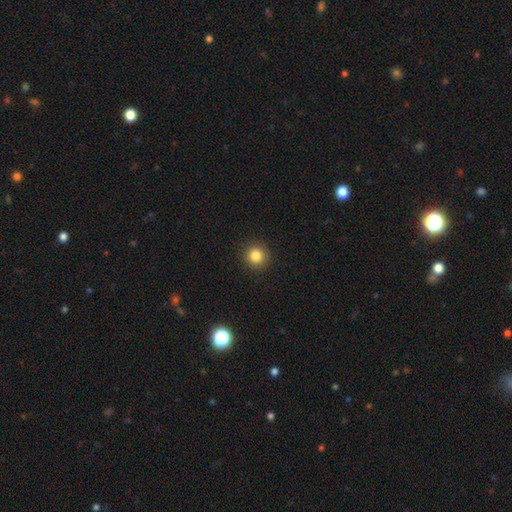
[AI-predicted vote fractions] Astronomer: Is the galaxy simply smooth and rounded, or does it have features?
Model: smooth — 84%.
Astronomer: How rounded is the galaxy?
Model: round — 93%.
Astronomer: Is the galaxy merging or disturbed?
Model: none — 92%.